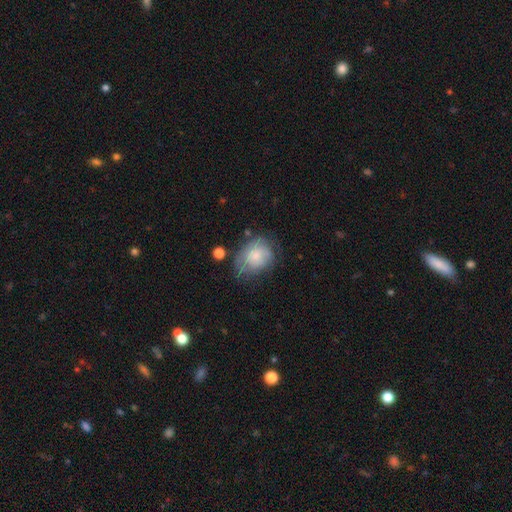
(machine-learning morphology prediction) type=smooth (65%); roundness=in between (51%); merging=none (51%).